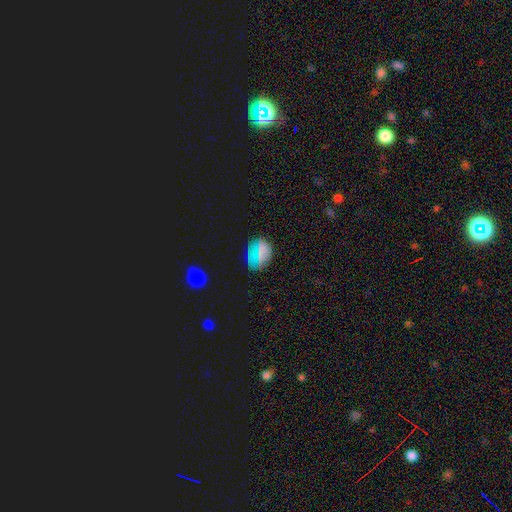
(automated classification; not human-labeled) Smooth or featured?
  - smooth: 63% *
  - star or artifact: 26%
  - featured or disk: 11%
How rounded?
  - in between: 54% *
  - round: 43%
  - cigar-shaped: 4%
Merging?
  - none: 80% *
  - minor disturbance: 14%
  - major disturbance: 4%
  - merger: 3%